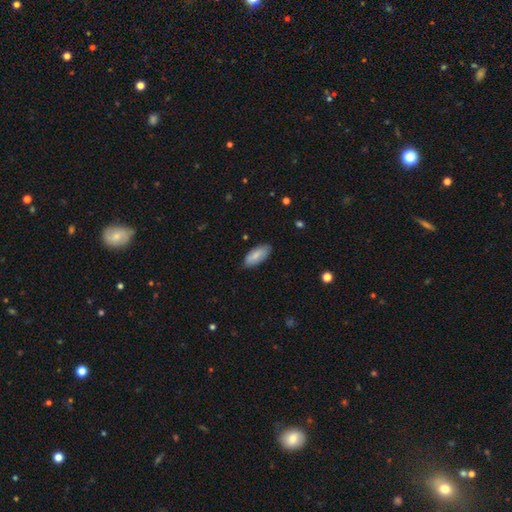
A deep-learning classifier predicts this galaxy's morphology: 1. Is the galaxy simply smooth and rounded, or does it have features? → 80% smooth, 14% featured or disk, 6% star or artifact.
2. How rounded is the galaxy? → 85% in between, 14% cigar-shaped, 2% round.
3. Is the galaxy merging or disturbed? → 82% none, 15% minor disturbance, 2% major disturbance, 1% merger.